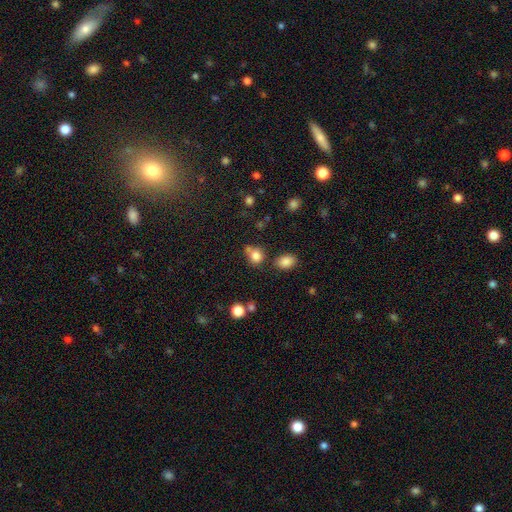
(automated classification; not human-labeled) Overall: smooth (81%). How rounded: round (70%). Merging: none (57%; merger 23%).